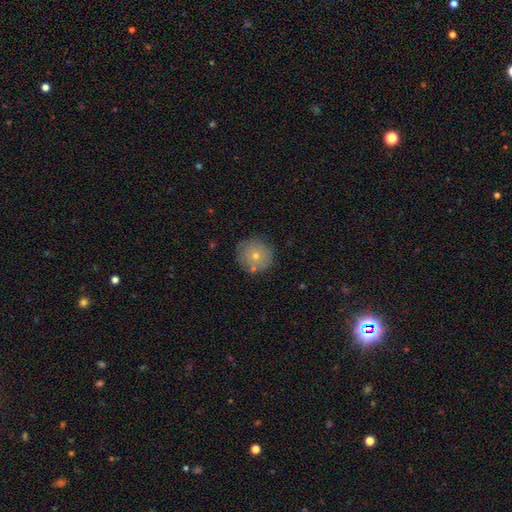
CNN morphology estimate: A smooth galaxy with no disk features (61%) that is round (93%). Merging: none (84%).